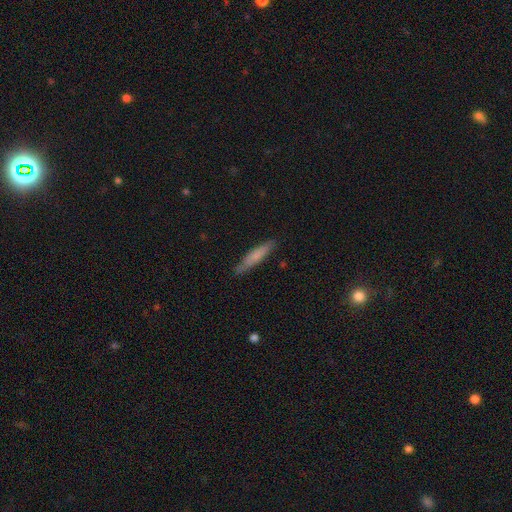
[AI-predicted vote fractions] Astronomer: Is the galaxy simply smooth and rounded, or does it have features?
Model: smooth — 72%.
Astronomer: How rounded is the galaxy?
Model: cigar-shaped — 88%.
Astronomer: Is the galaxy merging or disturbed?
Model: none — 84%.